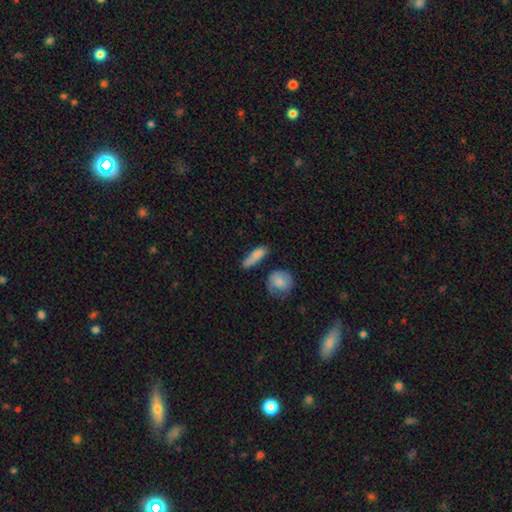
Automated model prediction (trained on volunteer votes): smooth 79%, featured or disk 15%, star or artifact 7%. Down the decision tree: how rounded — cigar-shaped (54%); merging — none (56%).